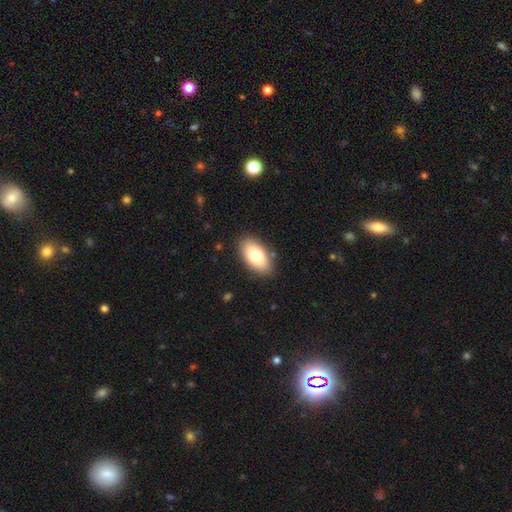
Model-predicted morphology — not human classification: Smooth or featured? Predicted: smooth (p=0.79). How rounded? Predicted: in between (p=0.93). Merging? Predicted: none (p=0.86).